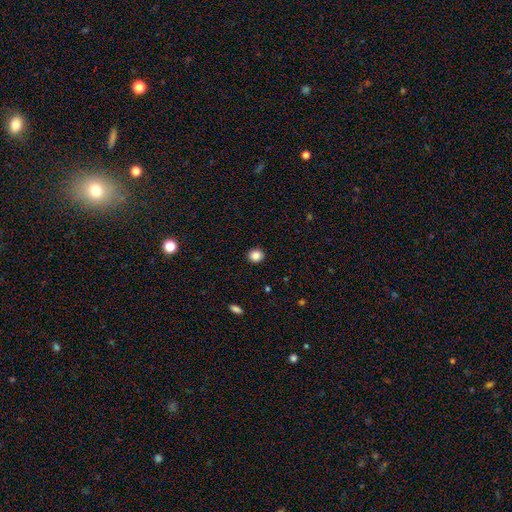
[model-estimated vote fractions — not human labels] Morphology: type=smooth (85%); roundness=round (87%); merging=none (92%).